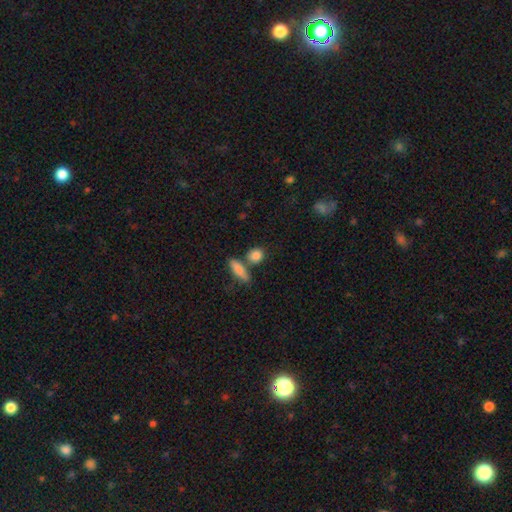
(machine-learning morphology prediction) Smooth or featured?
  - smooth: 86% *
  - star or artifact: 8%
  - featured or disk: 7%
How rounded?
  - round: 61% *
  - in between: 32%
  - cigar-shaped: 7%
Merging?
  - none: 65% *
  - merger: 20%
  - minor disturbance: 12%
  - major disturbance: 4%